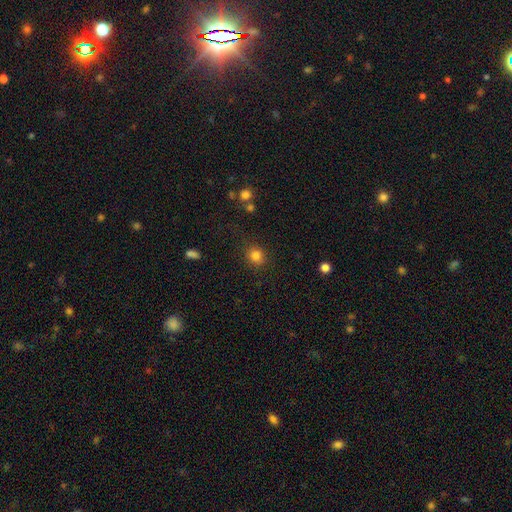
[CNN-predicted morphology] type=smooth (83%); roundness=round (85%); merging=none (87%).